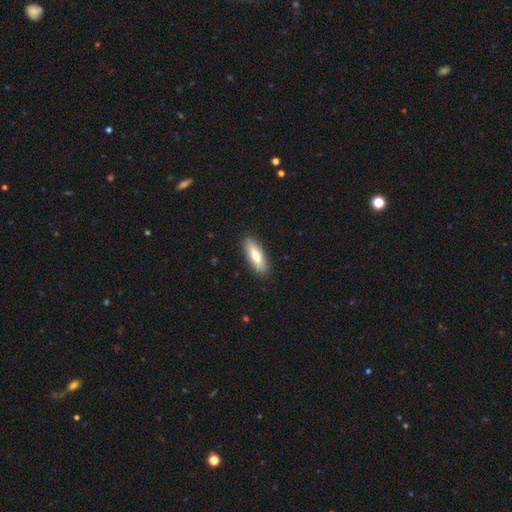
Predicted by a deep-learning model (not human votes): The model was most divided on "how rounded": in between: 53%, cigar-shaped: 45%, round: 2%. More confident: merging — none (89%); smooth or featured — smooth (74%).